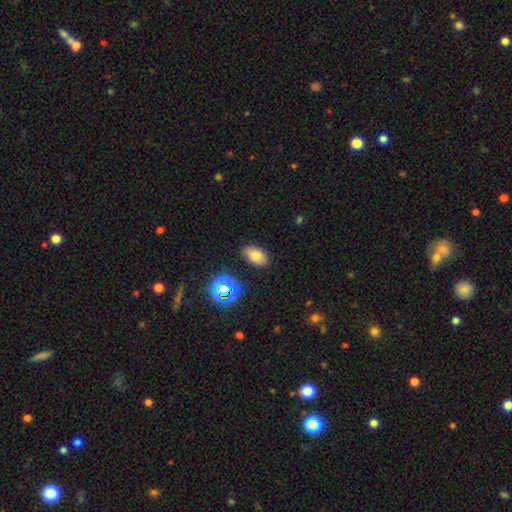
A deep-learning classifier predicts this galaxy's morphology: type=smooth (75%); roundness=in between (89%); merging=none (85%).